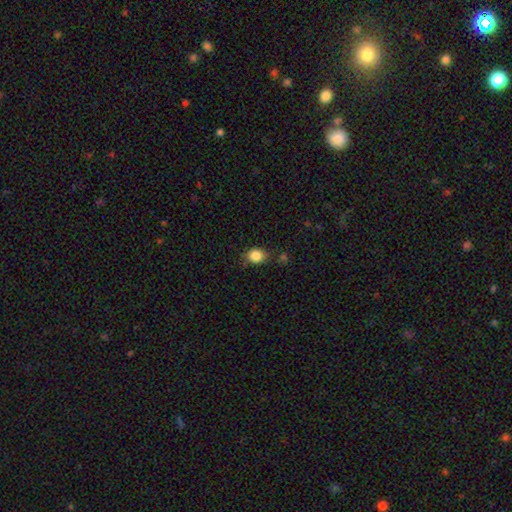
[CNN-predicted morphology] Smooth or featured? Predicted: smooth (p=0.85). How rounded? Predicted: round (p=0.63). Merging? Predicted: none (p=0.70).